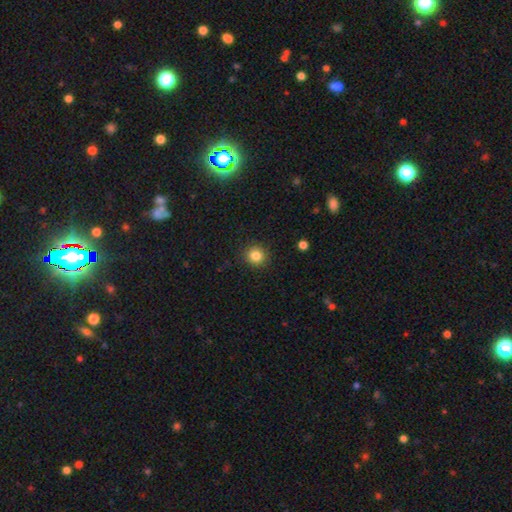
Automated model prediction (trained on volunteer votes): Smooth or featured? smooth (84%)
How rounded? round (91%)
Merging? none (90%)